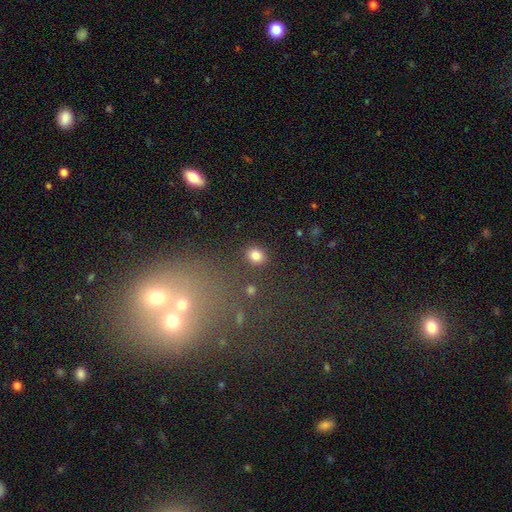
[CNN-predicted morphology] A smooth galaxy with no disk features (82%) that is round (67%).

Vote fractions:
- Smooth or featured? smooth: 82% / star or artifact: 12% / featured or disk: 6%
- How rounded? round: 67% / in between: 32% / cigar-shaped: 1%
- Merging? none: 86% / minor disturbance: 8% / merger: 3% / major disturbance: 3%